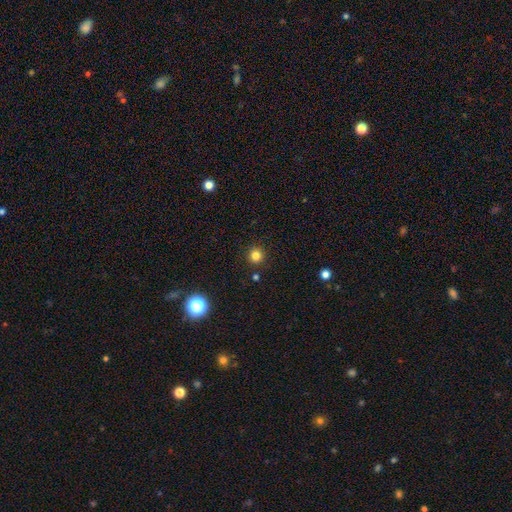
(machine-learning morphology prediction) smooth_or_featured: smooth (p=0.81) [alt: star or artifact p=0.14]
how_rounded: round (p=0.96) [alt: in between p=0.03]
merging: none (p=0.92) [alt: minor disturbance p=0.05]